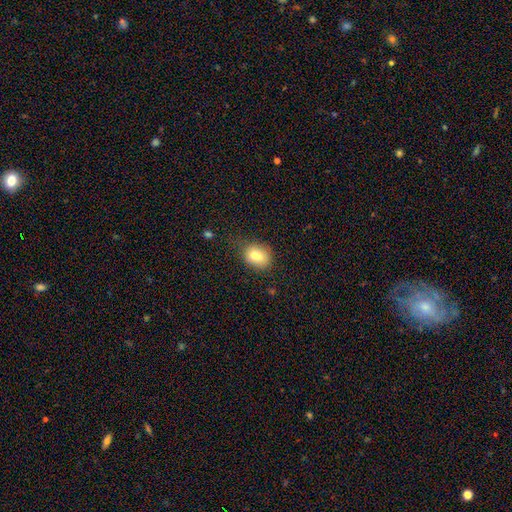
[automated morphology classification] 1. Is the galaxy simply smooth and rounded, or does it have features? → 71% smooth, 18% featured or disk, 10% star or artifact.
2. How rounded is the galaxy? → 54% round, 45% in between, 1% cigar-shaped.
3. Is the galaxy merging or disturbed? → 43% none, 33% merger, 18% minor disturbance, 6% major disturbance.